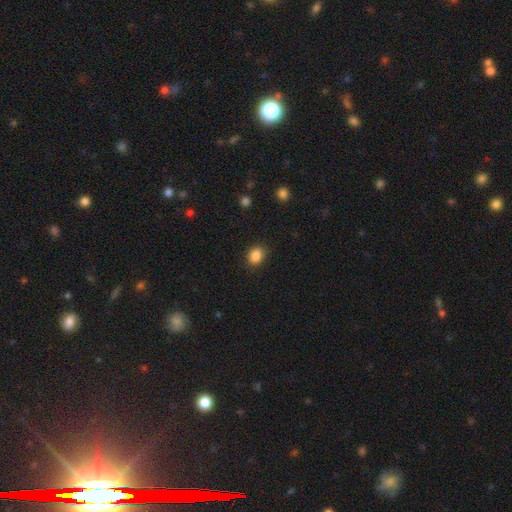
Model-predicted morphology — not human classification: The model was most divided on "how rounded": in between: 54%, round: 45%, cigar-shaped: 1%. More confident: smooth or featured — smooth (87%); merging — none (85%).